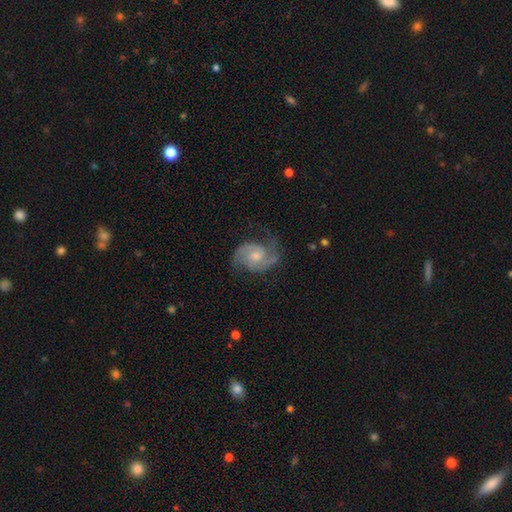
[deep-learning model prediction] A featured or disk galaxy (86%) with no bar (65%), 2 (87%) medium (53%) spiral arms (96%) and a small central bulge (47%).

Vote fractions:
- Smooth or featured? featured or disk: 86% / smooth: 9% / star or artifact: 5%
- Edge-on disk? no: 98% / yes: 2%
- Bar? no: 65% / weak: 31% / strong: 4%
- Spiral arms? yes: 96% / no: 4%
- Spiral winding? medium: 53% / tight: 26% / loose: 21%
- Spiral arm count? 2: 87% / can't tell: 5% / 3: 3% / 1: 3% / 4: 1% / more than 4: 1%
- Bulge size? small: 47% / moderate: 46% / none: 4% / large: 3% / dominant: 1%
- Merging? none: 68% / minor disturbance: 20% / major disturbance: 11% / merger: 1%